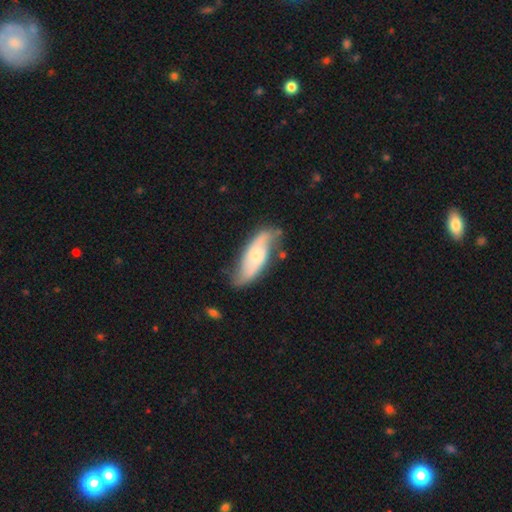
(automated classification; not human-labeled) This appears to be a featured or disk galaxy (64%) with no bar (60%), spiral arms (89%) and a small central bulge (48%). Merging: none (67%).